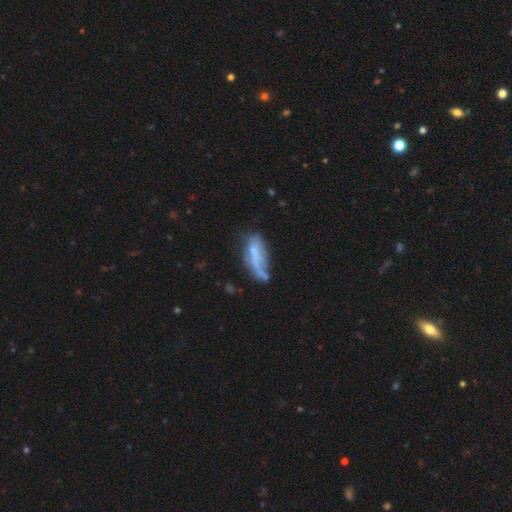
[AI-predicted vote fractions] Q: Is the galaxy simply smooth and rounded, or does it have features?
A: smooth — 47%.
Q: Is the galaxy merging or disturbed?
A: none — 30%.